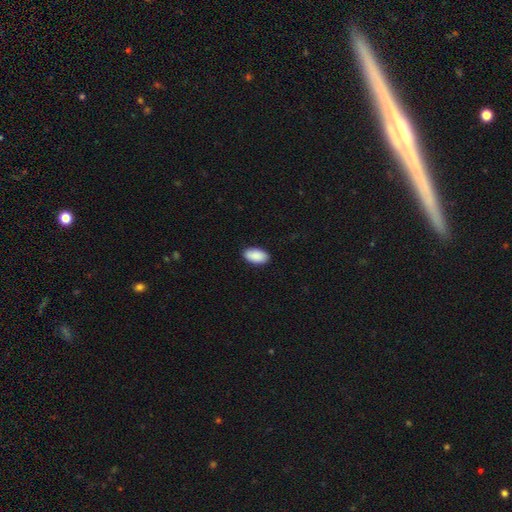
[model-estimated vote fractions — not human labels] smooth-or-featured: smooth: 91% | star or artifact: 6% | featured or disk: 4%
  how-rounded: in between: 95% | round: 3% | cigar-shaped: 2%
  merging: none: 89% | minor disturbance: 8% | major disturbance: 2% | merger: 1%